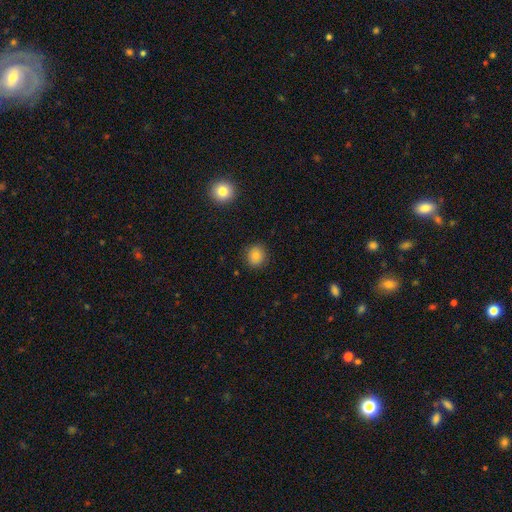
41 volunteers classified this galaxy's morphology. smooth_or_featured: smooth (p=0.76) [alt: featured or disk p=0.12]
how_rounded: round (p=0.90) [alt: in between p=0.10]
merging: none (p=0.92) [alt: minor disturbance p=0.08]